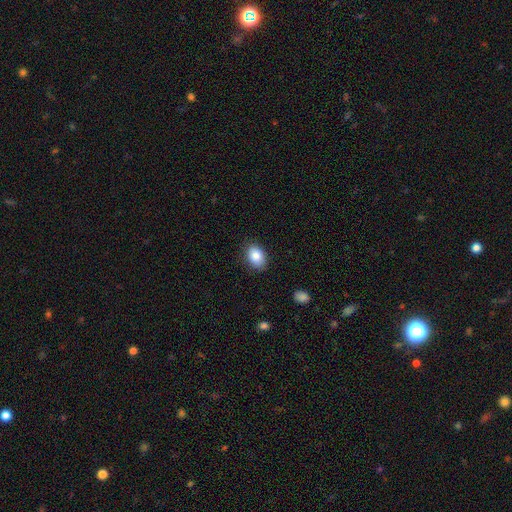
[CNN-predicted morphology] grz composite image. It shows a smooth galaxy with no disk features (86%) that is in between round and cigar-shaped (83%). Merging: none (85%).